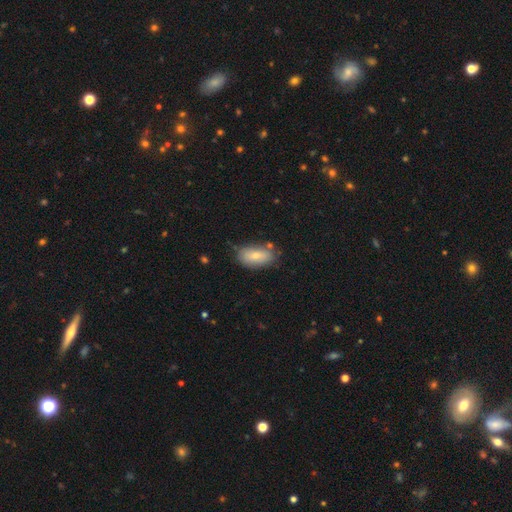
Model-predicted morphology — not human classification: smooth_or_featured: smooth (p=0.74) [alt: featured or disk p=0.19]
how_rounded: in between (p=0.91) [alt: cigar-shaped p=0.05]
merging: none (p=0.71) [alt: minor disturbance p=0.19]